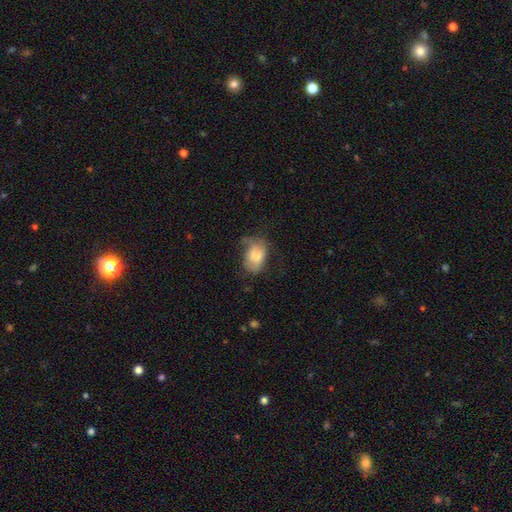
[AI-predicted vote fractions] The model was most divided on "merging": minor disturbance: 33%, major disturbance: 32%, none: 32%, merger: 4%. More confident: how rounded — in between (82%); smooth or featured — smooth (67%).